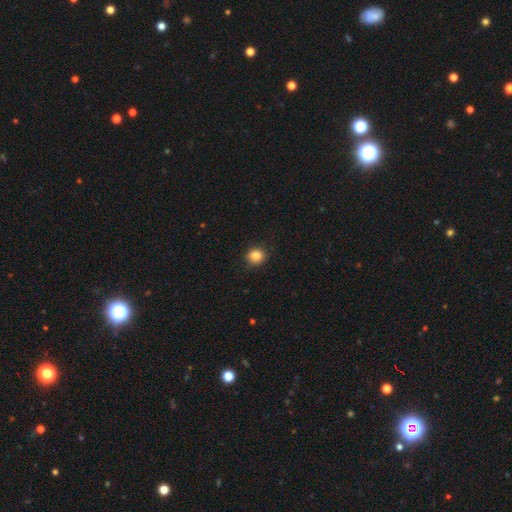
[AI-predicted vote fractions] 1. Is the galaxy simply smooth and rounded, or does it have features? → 84% smooth, 11% star or artifact, 5% featured or disk.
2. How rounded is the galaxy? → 85% round, 14% in between, 1% cigar-shaped.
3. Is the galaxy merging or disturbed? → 90% none, 7% minor disturbance, 2% major disturbance, 1% merger.